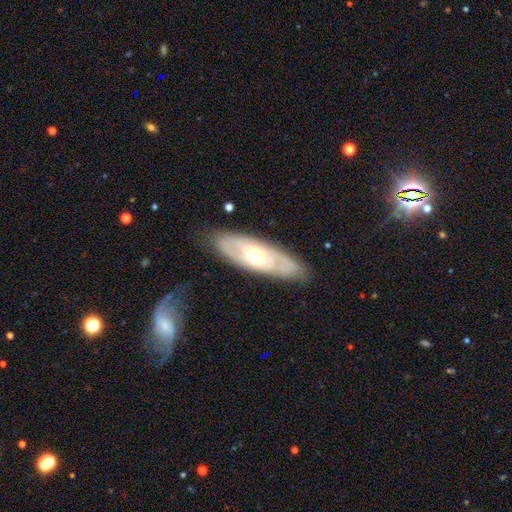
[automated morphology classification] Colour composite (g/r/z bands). It shows a featured or disk galaxy (70%) with no bar (66%), spiral arms (71%) and a moderate central bulge (66%). Merging: none (81%).